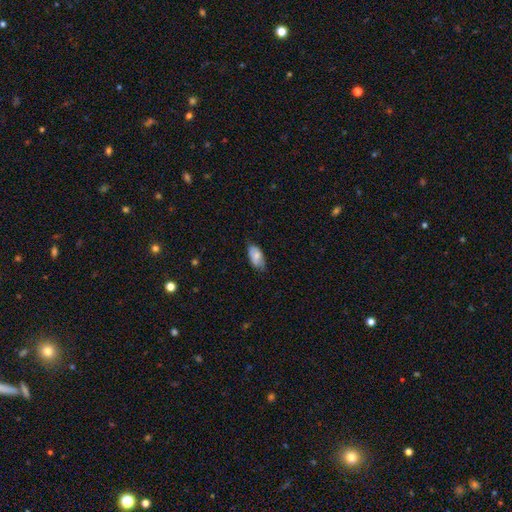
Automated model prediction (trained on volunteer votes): Q: Smooth or featured?
A: smooth (78%); runner-up: featured or disk (16%)
Q: How rounded?
A: in between (93%); runner-up: cigar-shaped (4%)
Q: Merging?
A: none (72%); runner-up: minor disturbance (24%)